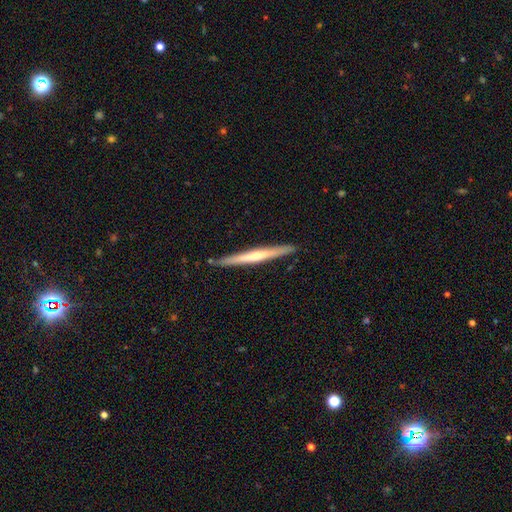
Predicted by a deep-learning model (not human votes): Smooth or featured? featured or disk (69%)
Edge-on disk? yes (98%)
Edge-on bulge? rounded (70%)
Merging? none (91%)